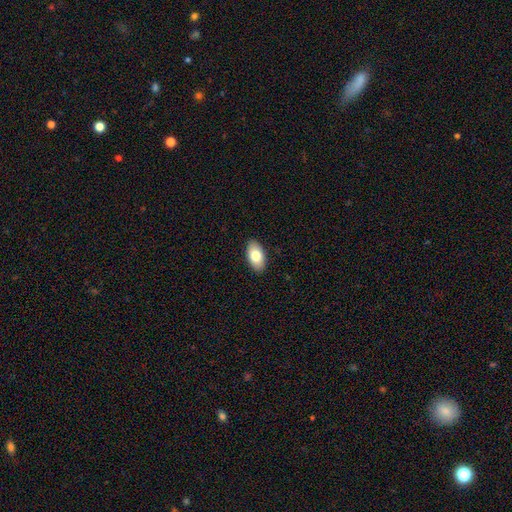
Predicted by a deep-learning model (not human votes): Smooth or featured? Predicted: smooth (p=0.80). How rounded? Predicted: in between (p=0.95). Merging? Predicted: none (p=0.90).